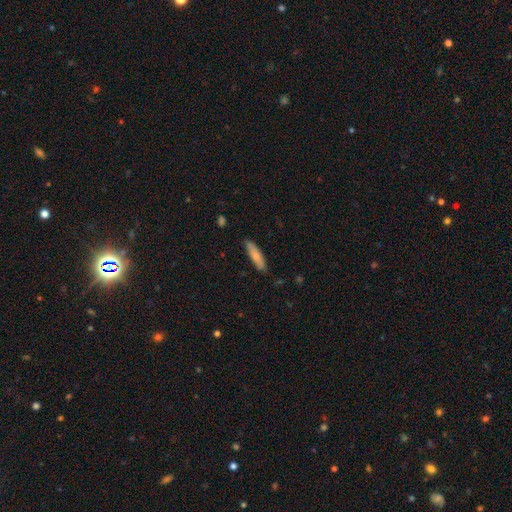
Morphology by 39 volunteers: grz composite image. It shows a smooth galaxy with no disk features (90%) that is cigar-shaped (86%). Merging: none (89%).